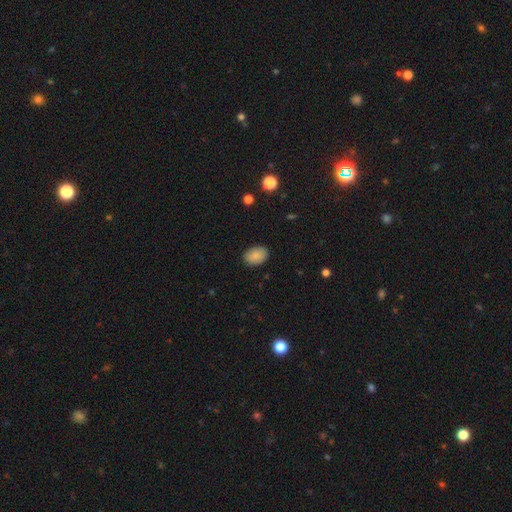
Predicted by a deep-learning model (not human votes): A smooth galaxy with no disk features (85%) that is in between round and cigar-shaped (82%). Merging: none (87%).